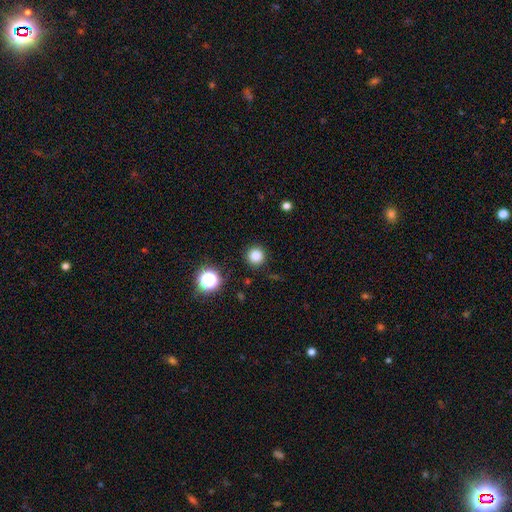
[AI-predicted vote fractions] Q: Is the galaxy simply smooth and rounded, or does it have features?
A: smooth — 82%.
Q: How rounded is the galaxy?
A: round — 95%.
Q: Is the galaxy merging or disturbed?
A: none — 91%.